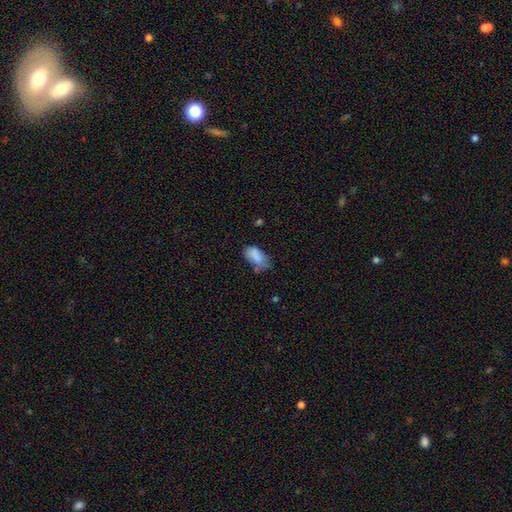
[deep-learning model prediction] Morphology: type=smooth (83%); roundness=in between (92%); merging=none (46%).